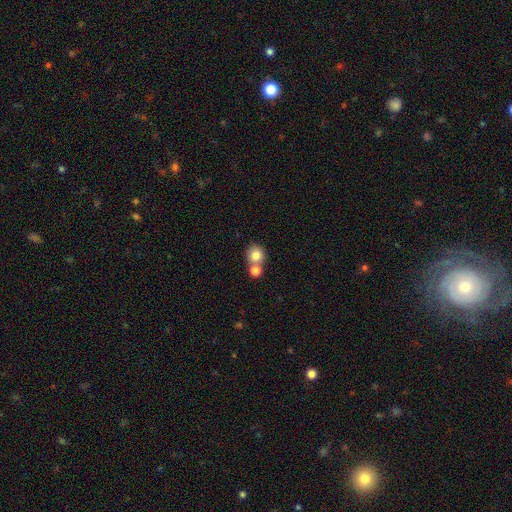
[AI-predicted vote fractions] Overall: smooth (80%). How rounded: round (82%). Merging: none (48%; merger 43%).